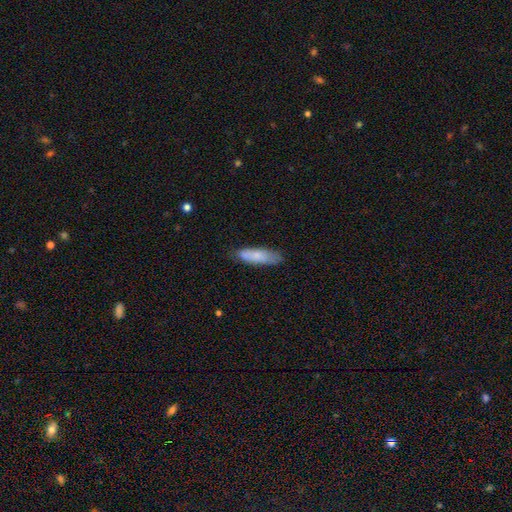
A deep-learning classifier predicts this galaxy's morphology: type=smooth (78%); roundness=cigar-shaped (63%); merging=none (75%).